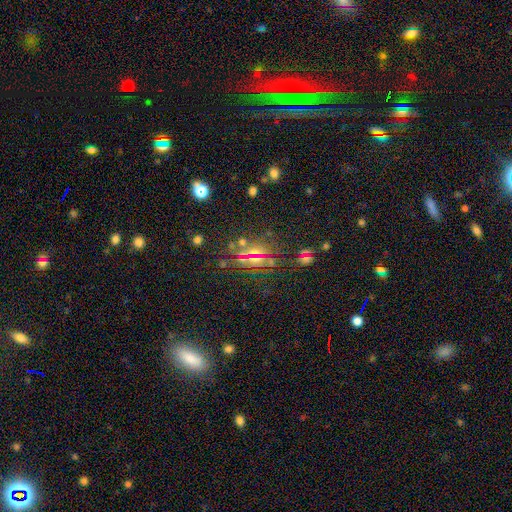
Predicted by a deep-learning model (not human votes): Overall: star or artifact (60%; smooth 23%).